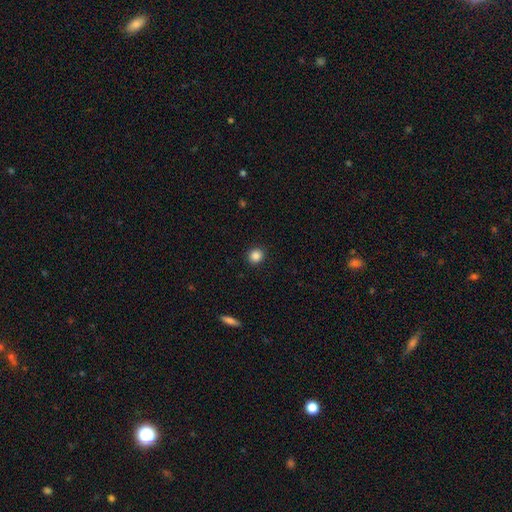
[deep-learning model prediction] Q: Smooth or featured?
A: smooth (86%); runner-up: star or artifact (10%)
Q: How rounded?
A: round (88%); runner-up: in between (11%)
Q: Merging?
A: none (92%); runner-up: minor disturbance (5%)